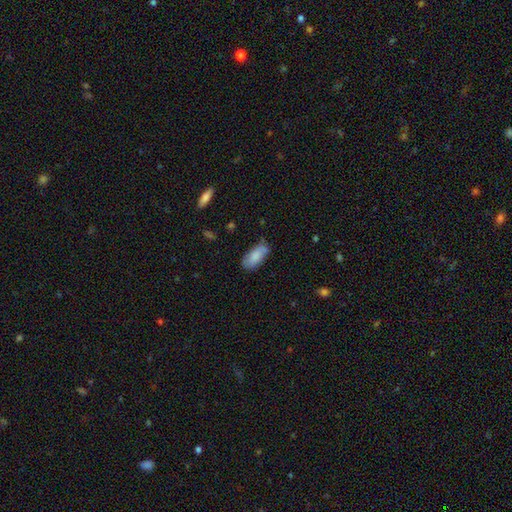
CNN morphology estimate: smooth-or-featured: smooth: 80% | featured or disk: 13% | star or artifact: 7%
  how-rounded: in between: 91% | cigar-shaped: 7% | round: 2%
  merging: none: 70% | minor disturbance: 23% | major disturbance: 5% | merger: 2%